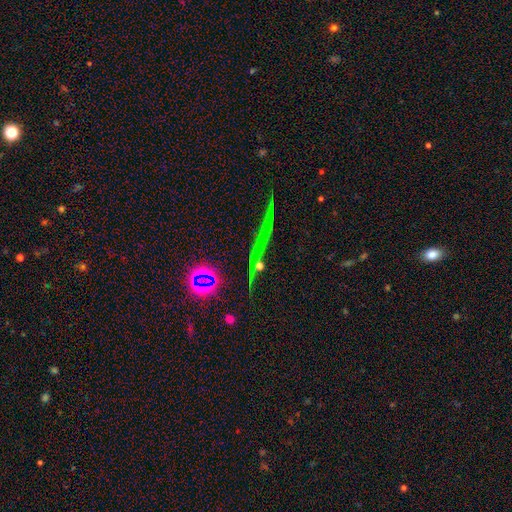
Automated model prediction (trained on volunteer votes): Smooth or featured? star or artifact (63%)